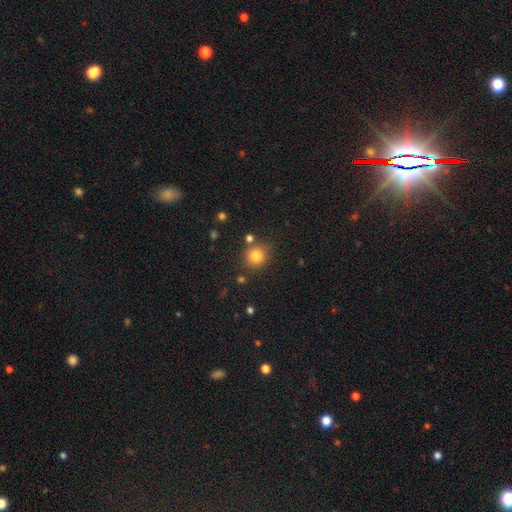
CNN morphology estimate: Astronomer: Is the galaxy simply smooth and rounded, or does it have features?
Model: smooth — 82%.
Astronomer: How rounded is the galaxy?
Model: round — 88%.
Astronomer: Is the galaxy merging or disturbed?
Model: none — 78%.